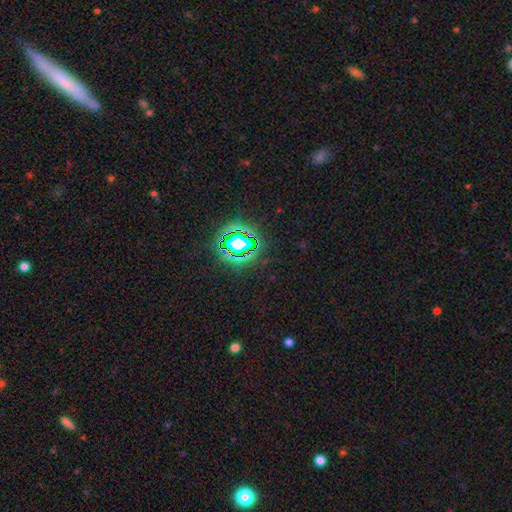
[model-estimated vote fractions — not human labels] Q: Smooth or featured?
A: star or artifact (80%); runner-up: smooth (12%)